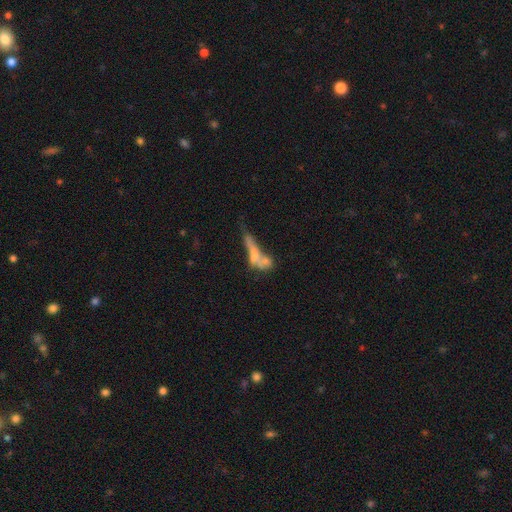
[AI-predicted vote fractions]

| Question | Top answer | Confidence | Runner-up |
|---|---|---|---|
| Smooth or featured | smooth | 49% | featured or disk (39%) |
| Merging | merger | 49% | none (20%) |